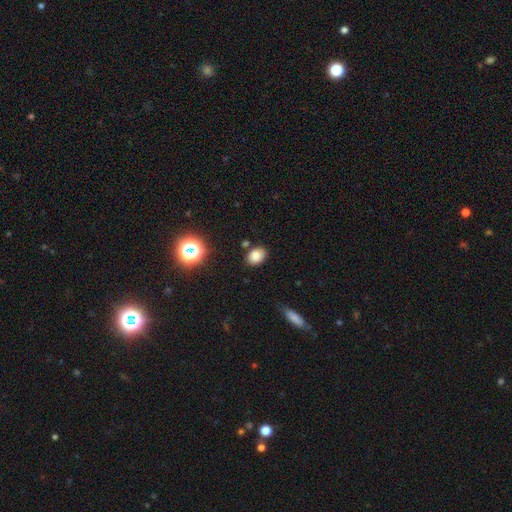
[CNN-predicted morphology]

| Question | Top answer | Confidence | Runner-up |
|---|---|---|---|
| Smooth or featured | smooth | 81% | star or artifact (13%) |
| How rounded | in between | 72% | round (27%) |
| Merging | none | 81% | minor disturbance (12%) |